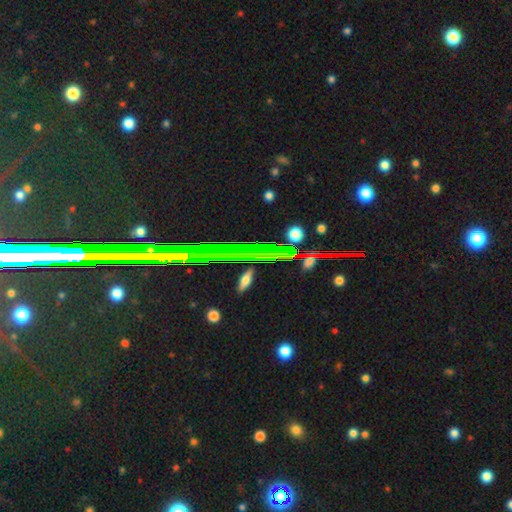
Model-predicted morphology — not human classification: This is likely a star or artifact rather than a galaxy (78%).